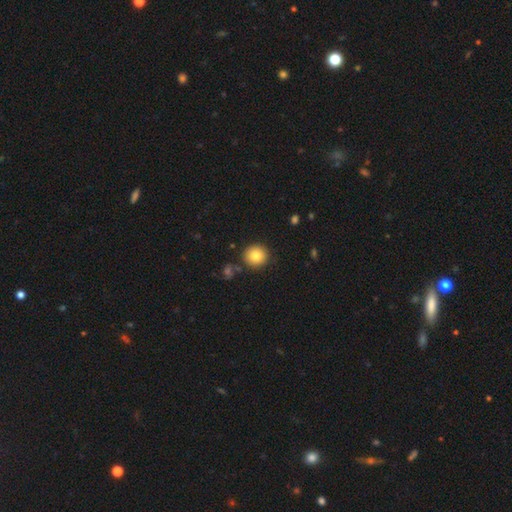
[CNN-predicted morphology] This appears to be a smooth galaxy with no disk features (83%) that is round (92%). Merging: none (87%).